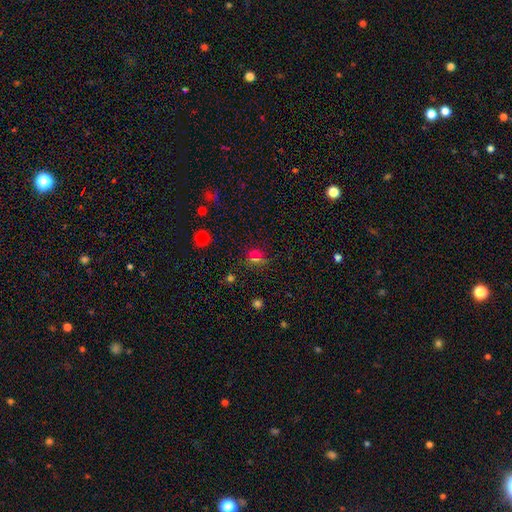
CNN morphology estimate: smooth_or_featured: smooth (p=0.50) [alt: star or artifact p=0.41]
how_rounded: round (p=0.76) [alt: in between p=0.21]
merging: none (p=0.73) [alt: minor disturbance p=0.11]